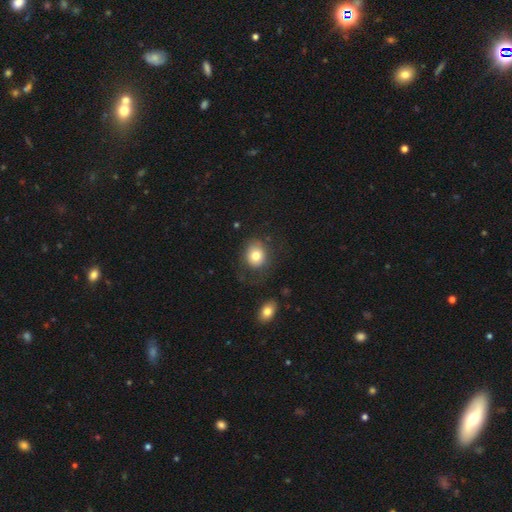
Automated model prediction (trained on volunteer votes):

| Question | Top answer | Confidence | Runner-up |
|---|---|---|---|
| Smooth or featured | smooth | 77% | featured or disk (14%) |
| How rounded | round | 66% | in between (33%) |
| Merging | none | 64% | minor disturbance (19%) |